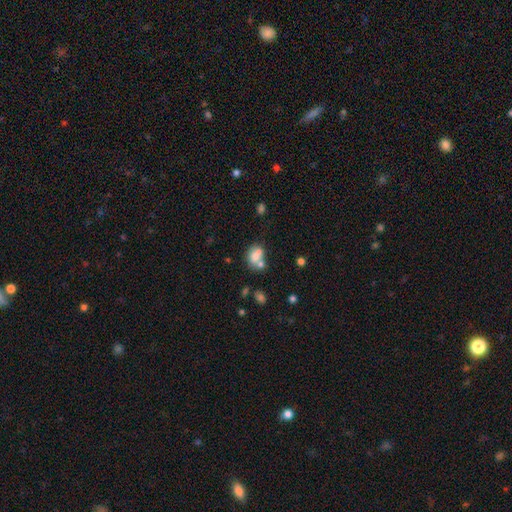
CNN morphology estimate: A smooth galaxy with no disk features (69%) that is in between round and cigar-shaped (61%).

Vote fractions:
- Smooth or featured? smooth: 69% / featured or disk: 19% / star or artifact: 11%
- How rounded? in between: 61% / round: 38% / cigar-shaped: 1%
- Merging? merger: 52% / none: 29% / minor disturbance: 12% / major disturbance: 7%